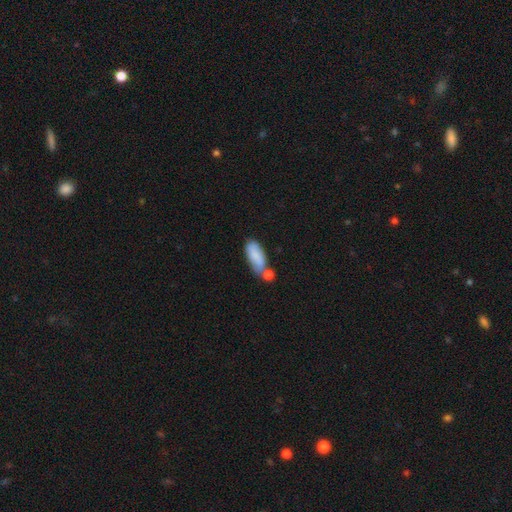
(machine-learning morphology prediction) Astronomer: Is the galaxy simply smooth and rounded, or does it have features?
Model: smooth — 81%.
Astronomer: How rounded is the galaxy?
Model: in between — 80%.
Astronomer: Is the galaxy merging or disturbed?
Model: none — 43% (runner-up: merger, 32%).